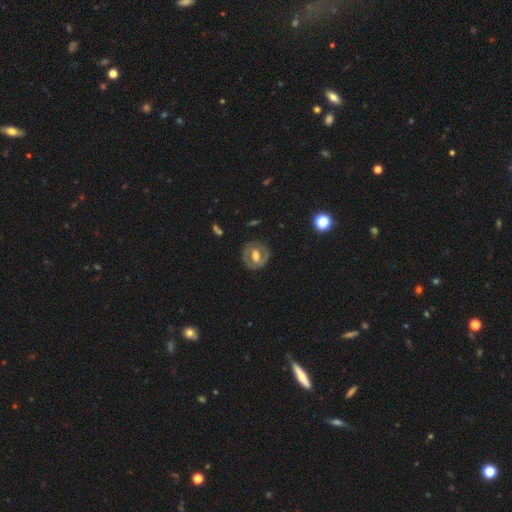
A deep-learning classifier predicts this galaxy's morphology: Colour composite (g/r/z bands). It shows a featured or disk galaxy (66%) with a weak bar (42%), spiral arms (54%) and a moderate central bulge (64%). Merging: none (79%).